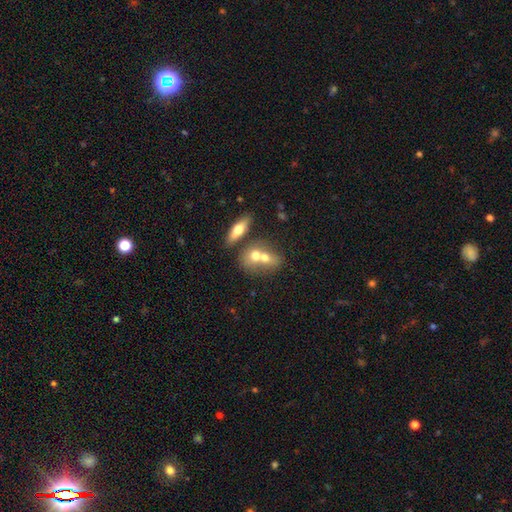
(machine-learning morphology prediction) A smooth galaxy with no disk features (63%) that is in between round and cigar-shaped (56%). Merging: merger (65%).